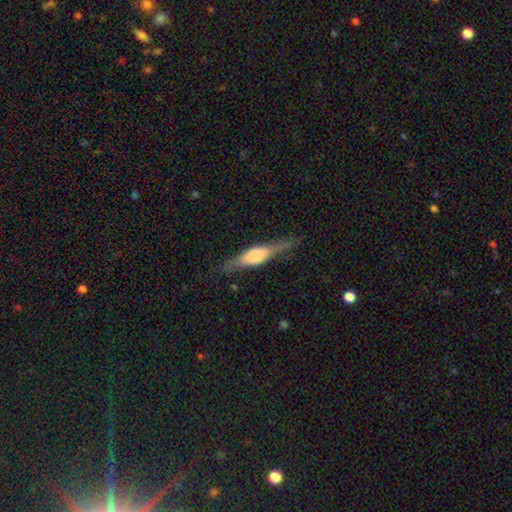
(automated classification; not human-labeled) Morphology: type=featured or disk (57%); edge-on=yes (94%); edge-on bulge=rounded (58%); merging=none (72%).